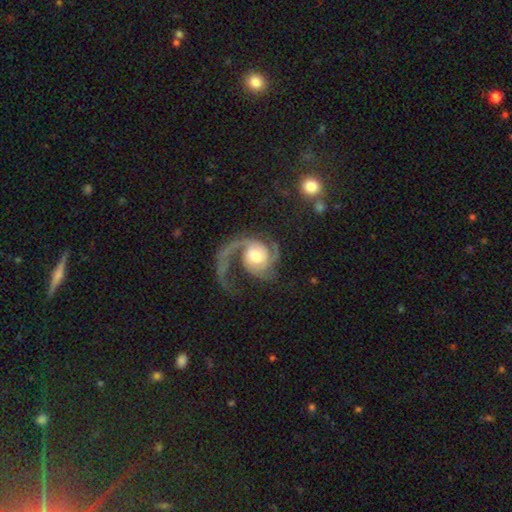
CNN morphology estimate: This is clearly a featured or disk galaxy (88%). It is clearly not viewed edge-on (98%). Bar: likely no (71%). Spiral arm pattern: clearly yes (97%). Spiral arm count: marginally 2 (44%). Spiral winding: marginally loose (42%). Central bulge: possibly moderate (56%). Merging: marginally major disturbance (42%).